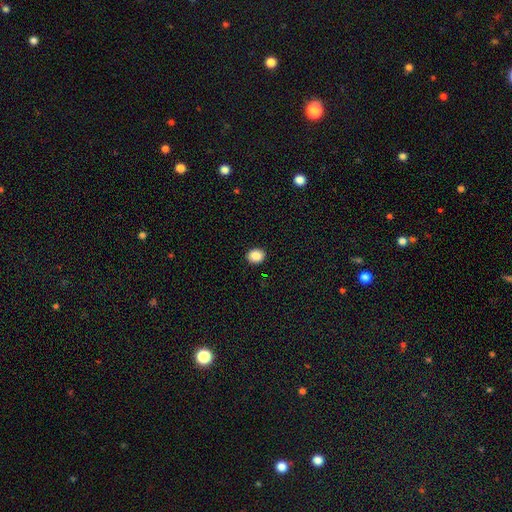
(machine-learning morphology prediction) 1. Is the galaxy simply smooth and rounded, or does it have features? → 87% smooth, 9% star or artifact, 4% featured or disk.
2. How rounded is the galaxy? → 63% round, 36% in between, 1% cigar-shaped.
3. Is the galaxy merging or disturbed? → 92% none, 6% minor disturbance, 2% major disturbance, 1% merger.